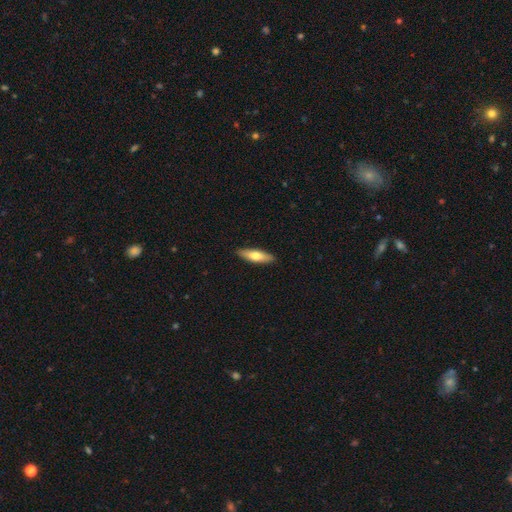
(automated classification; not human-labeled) Smooth or featured? Predicted: smooth (p=0.62). How rounded? Predicted: cigar-shaped (p=0.62). Merging? Predicted: none (p=0.90).